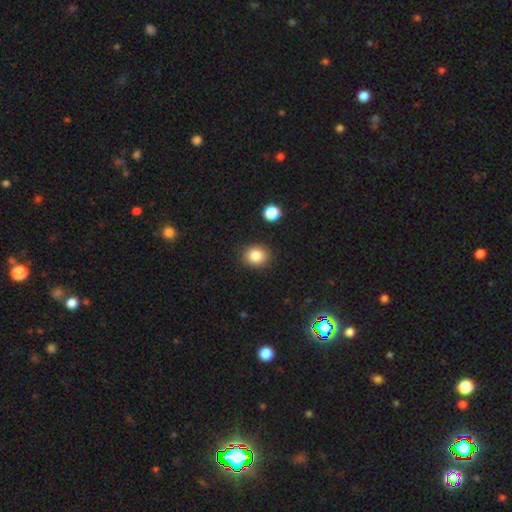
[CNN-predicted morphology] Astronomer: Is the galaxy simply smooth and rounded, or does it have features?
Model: smooth — 86%.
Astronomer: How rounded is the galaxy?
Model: round — 62% (runner-up: in between, 38%).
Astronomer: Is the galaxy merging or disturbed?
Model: none — 87%.